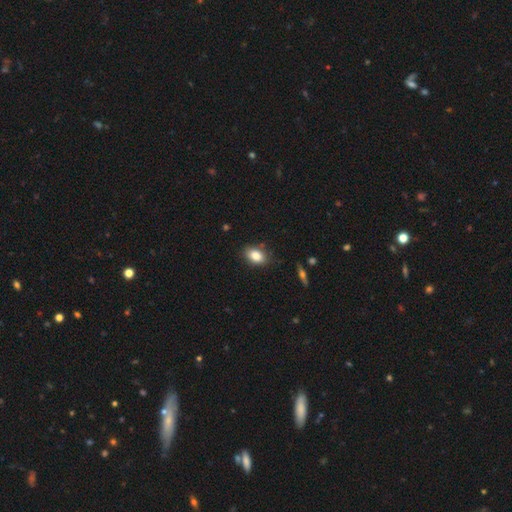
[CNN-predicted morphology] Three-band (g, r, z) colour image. It shows a smooth galaxy with no disk features (85%) that is in between round and cigar-shaped (85%). Merging: none (82%).